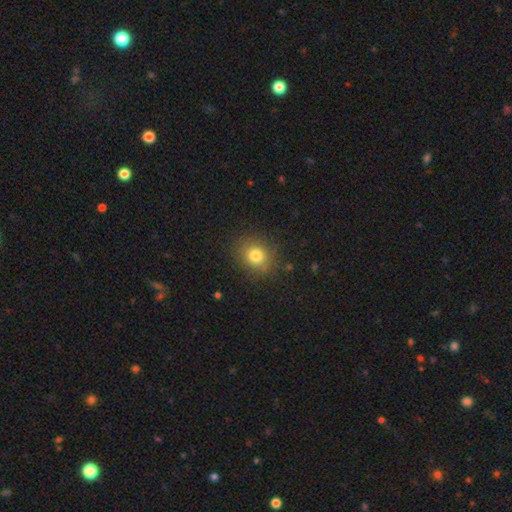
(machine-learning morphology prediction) smooth_or_featured: smooth (p=0.80) [alt: star or artifact p=0.13]
how_rounded: round (p=0.77) [alt: in between p=0.22]
merging: none (p=0.85) [alt: minor disturbance p=0.10]